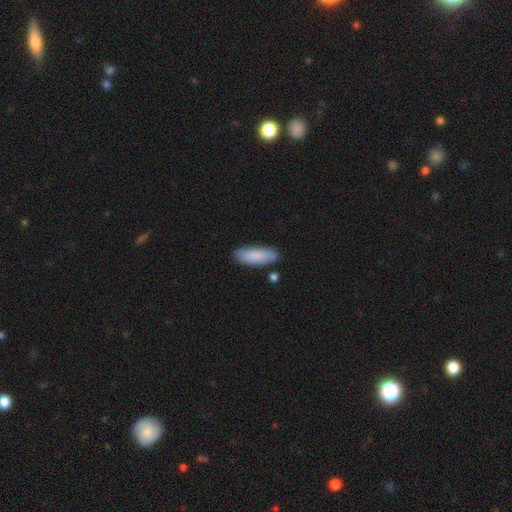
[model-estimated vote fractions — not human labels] Smooth or featured? Predicted: smooth (p=0.85). How rounded? Predicted: in between (p=0.63). Merging? Predicted: none (p=0.81).